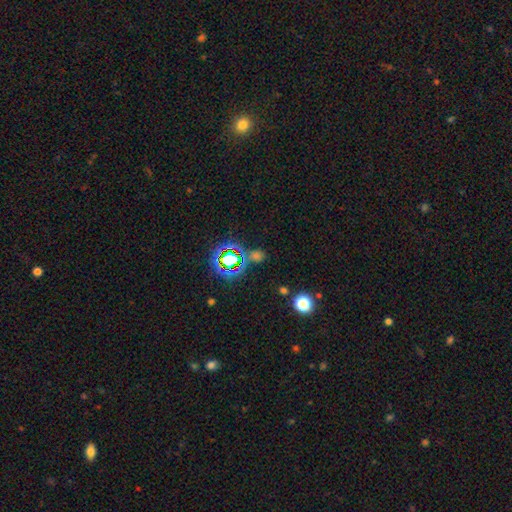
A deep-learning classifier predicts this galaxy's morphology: This is possibly a star or artifact rather than a galaxy (53%).